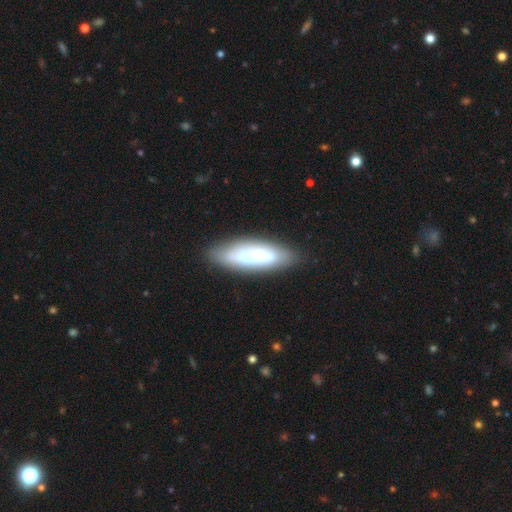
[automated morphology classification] The model was most divided on "smooth or featured": featured or disk: 49%, smooth: 43%, star or artifact: 8%. More confident: merging — none (73%).